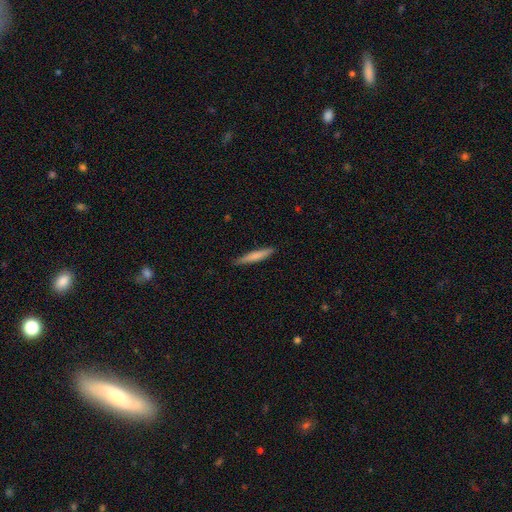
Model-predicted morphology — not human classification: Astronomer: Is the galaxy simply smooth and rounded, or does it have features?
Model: smooth — 74%.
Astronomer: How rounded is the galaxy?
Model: cigar-shaped — 93%.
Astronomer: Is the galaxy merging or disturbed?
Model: none — 88%.